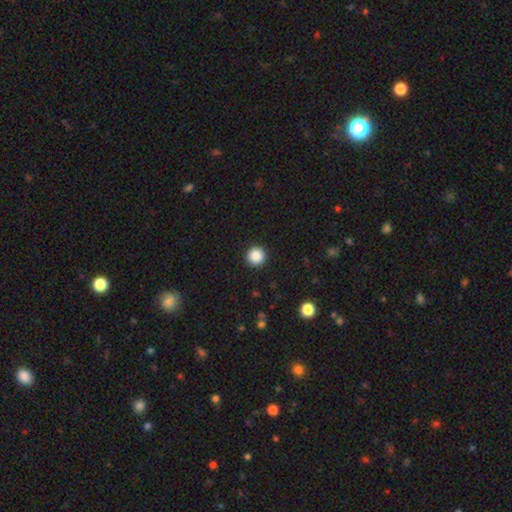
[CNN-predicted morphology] A smooth galaxy with no disk features (88%) that is round (96%). Merging: none (93%).